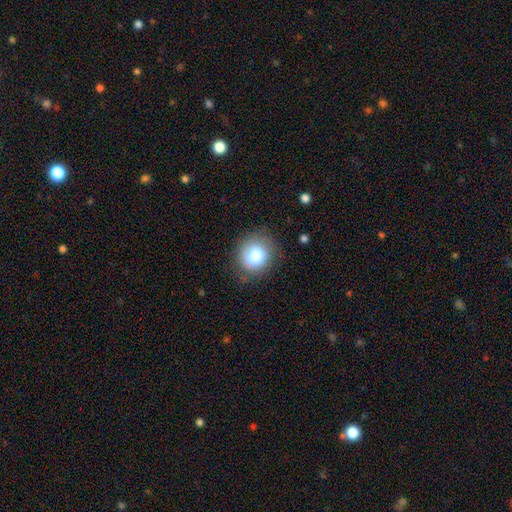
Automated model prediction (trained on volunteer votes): A smooth galaxy with no disk features (83%) that is round (79%).

Vote fractions:
- Smooth or featured? smooth: 83% / star or artifact: 9% / featured or disk: 8%
- How rounded? round: 79% / in between: 20% / cigar-shaped: 1%
- Merging? none: 74% / minor disturbance: 18% / major disturbance: 6% / merger: 2%